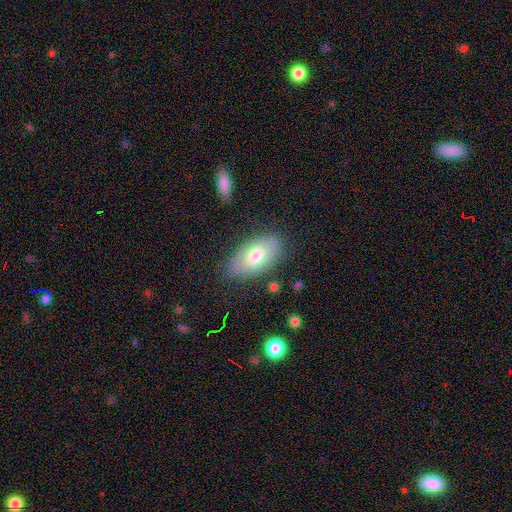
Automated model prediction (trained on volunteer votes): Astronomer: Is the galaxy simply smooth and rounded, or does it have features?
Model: smooth — 61%.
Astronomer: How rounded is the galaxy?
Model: in between — 94%.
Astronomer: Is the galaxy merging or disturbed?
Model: none — 77%.